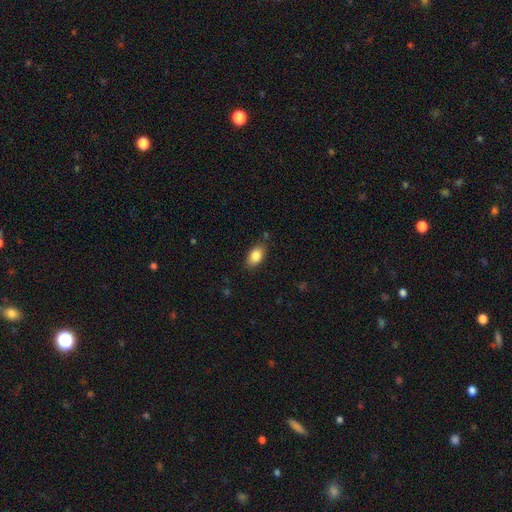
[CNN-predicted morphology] smooth-or-featured: smooth: 85% | featured or disk: 8% | star or artifact: 7%
  how-rounded: in between: 91% | round: 6% | cigar-shaped: 3%
  merging: none: 83% | minor disturbance: 12% | major disturbance: 3% | merger: 2%